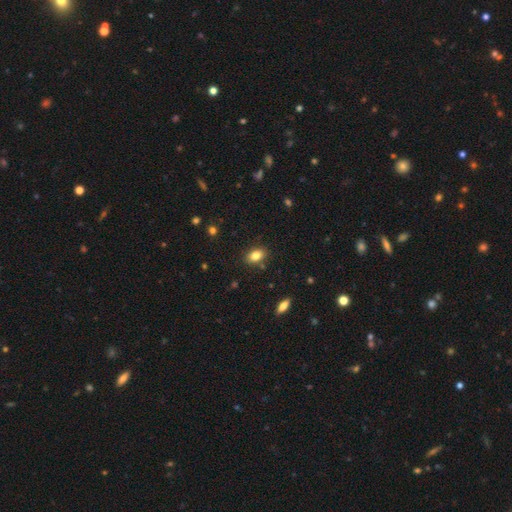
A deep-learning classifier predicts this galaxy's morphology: This appears to be a smooth galaxy with no disk features (82%) that is in between round and cigar-shaped (84%). Merging: none (84%).